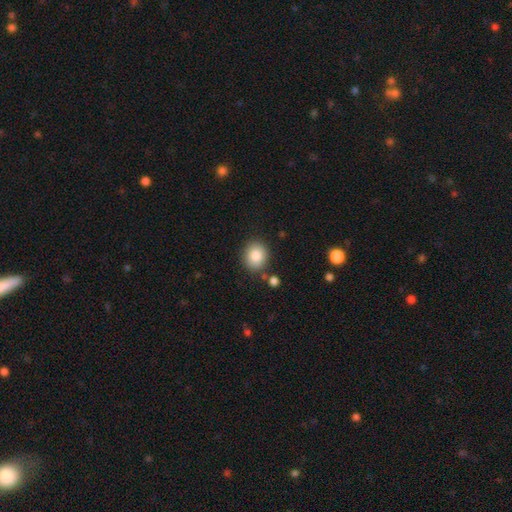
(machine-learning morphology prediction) Smooth or featured?
  - smooth: 85% *
  - star or artifact: 9%
  - featured or disk: 7%
How rounded?
  - round: 75% *
  - in between: 24%
  - cigar-shaped: 1%
Merging?
  - none: 83% *
  - minor disturbance: 9%
  - merger: 5%
  - major disturbance: 3%